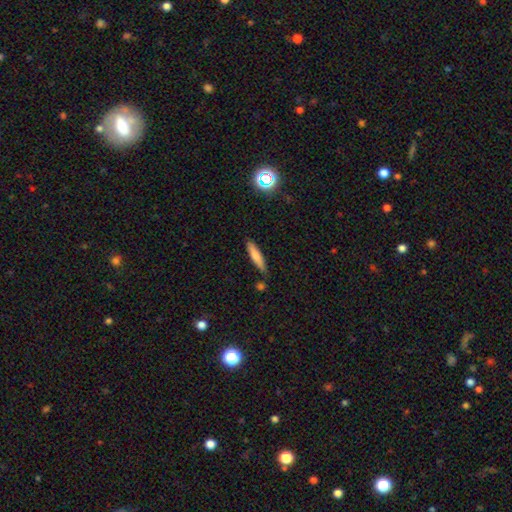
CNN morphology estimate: The model was most divided on "smooth or featured": smooth: 75%, featured or disk: 16%, star or artifact: 9%. More confident: how rounded — cigar-shaped (81%); merging — none (79%).